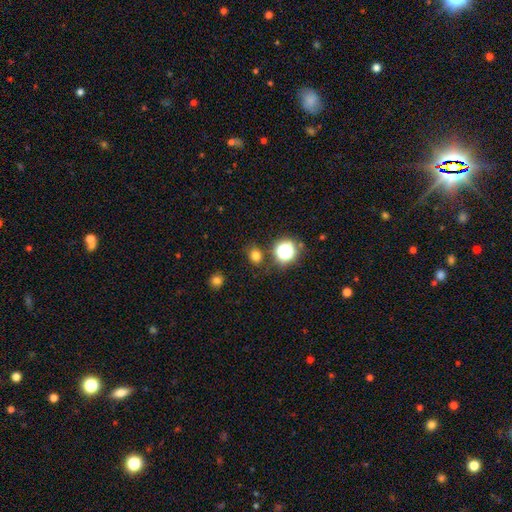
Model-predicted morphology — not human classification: This is likely a smooth galaxy (72%). How rounded: likely round (70%). Merging: clearly none (82%).